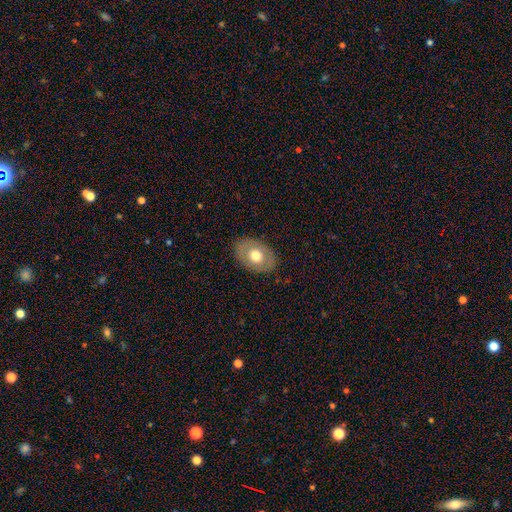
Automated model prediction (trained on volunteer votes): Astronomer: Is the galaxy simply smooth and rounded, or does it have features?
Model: smooth — 61%.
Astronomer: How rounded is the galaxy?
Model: in between — 77%.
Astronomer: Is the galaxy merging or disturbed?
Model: none — 85%.